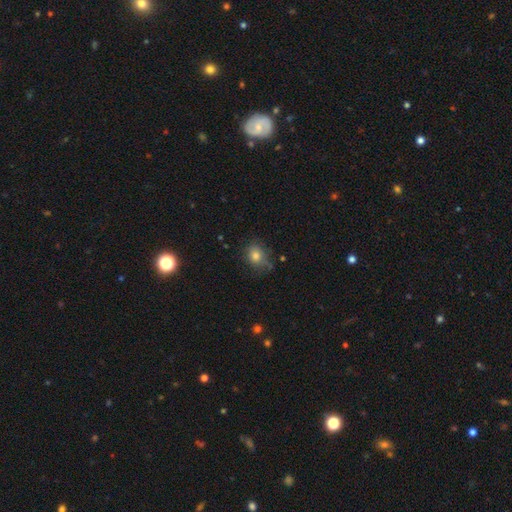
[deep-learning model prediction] smooth-or-featured: smooth: 77% | star or artifact: 12% | featured or disk: 11%
  how-rounded: round: 62% | in between: 36% | cigar-shaped: 1%
  merging: none: 61% | minor disturbance: 26% | major disturbance: 9% | merger: 3%